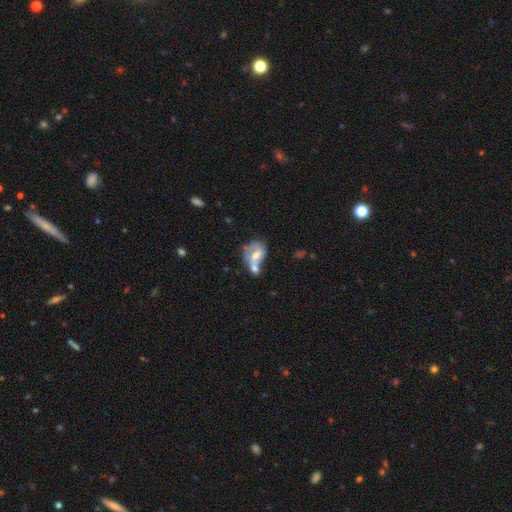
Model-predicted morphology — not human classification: Smooth or featured?
  - featured or disk: 49% *
  - smooth: 43%
  - star or artifact: 8%
Merging?
  - merger: 54% *
  - none: 19%
  - major disturbance: 14%
  - minor disturbance: 13%